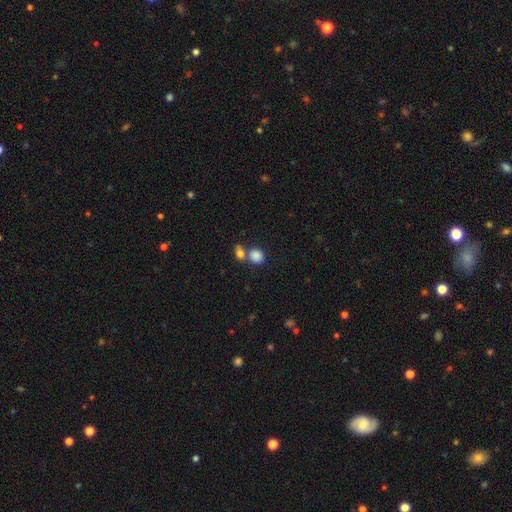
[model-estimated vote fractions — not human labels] Smooth or featured: smooth — 85% (star or artifact — 9%)
How rounded: round — 60% (in between — 39%)
Merging: none — 45% (merger — 42%)